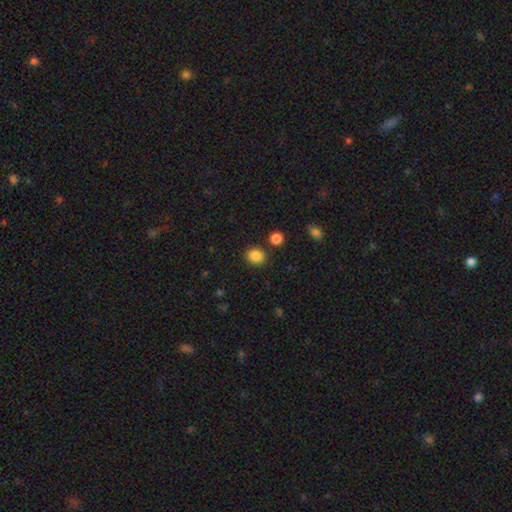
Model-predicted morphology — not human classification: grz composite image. It shows a smooth galaxy with no disk features (86%) that is round (74%). Merging: none (84%).